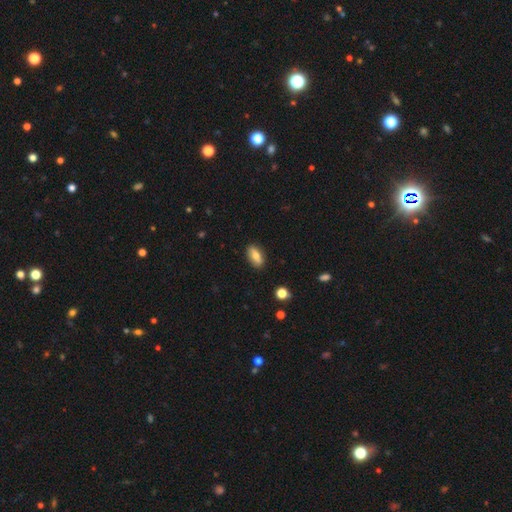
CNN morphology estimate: This is likely a smooth galaxy (70%). How rounded: clearly in between (83%). Merging: clearly none (87%).